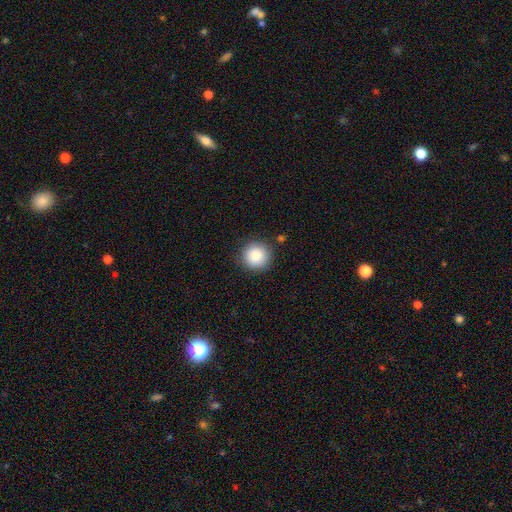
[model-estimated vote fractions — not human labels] The model was most divided on "smooth or featured": smooth: 85%, star or artifact: 9%, featured or disk: 6%. More confident: how rounded — round (95%); merging — none (88%).